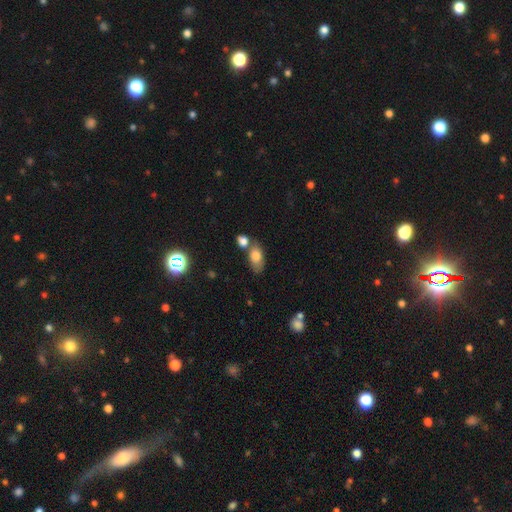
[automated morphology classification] Smooth or featured? Predicted: smooth (p=0.78). How rounded? Predicted: in between (p=0.88). Merging? Predicted: none (p=0.46).